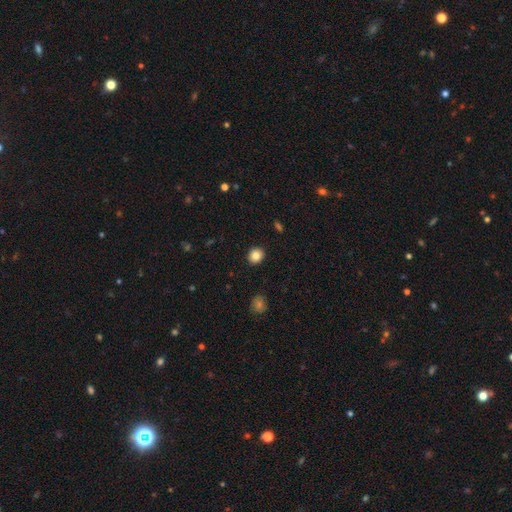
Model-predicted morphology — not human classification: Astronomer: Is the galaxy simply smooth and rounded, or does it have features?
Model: smooth — 85%.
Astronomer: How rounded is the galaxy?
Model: round — 81%.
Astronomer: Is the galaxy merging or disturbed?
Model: none — 91%.